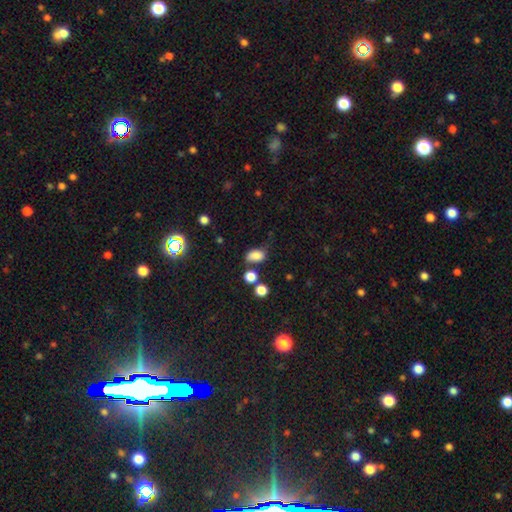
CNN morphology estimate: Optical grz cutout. It shows a smooth galaxy with no disk features (80%) that is in between round and cigar-shaped (82%). Merging: none (53%).